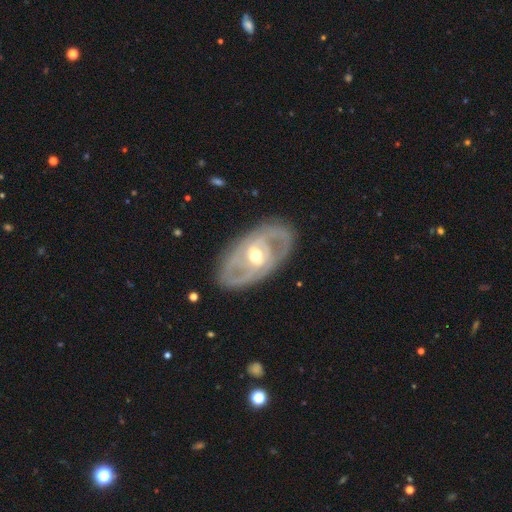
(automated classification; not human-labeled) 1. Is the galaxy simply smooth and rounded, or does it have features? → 82% featured or disk, 13% smooth, 5% star or artifact.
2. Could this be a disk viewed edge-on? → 92% no, 8% yes.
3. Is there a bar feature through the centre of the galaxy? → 42% weak, 33% no, 25% strong.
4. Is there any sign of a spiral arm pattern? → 73% yes, 27% no.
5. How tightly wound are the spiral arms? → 53% tight, 35% medium, 12% loose.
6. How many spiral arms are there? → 60% 2, 24% can't tell, 7% 3, 4% 1, 2% 4, 2% more than 4.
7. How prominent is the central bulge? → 69% moderate, 24% small, 6% large, 1% none, 1% dominant.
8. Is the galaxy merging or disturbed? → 81% none, 13% minor disturbance, 5% major disturbance, 1% merger.